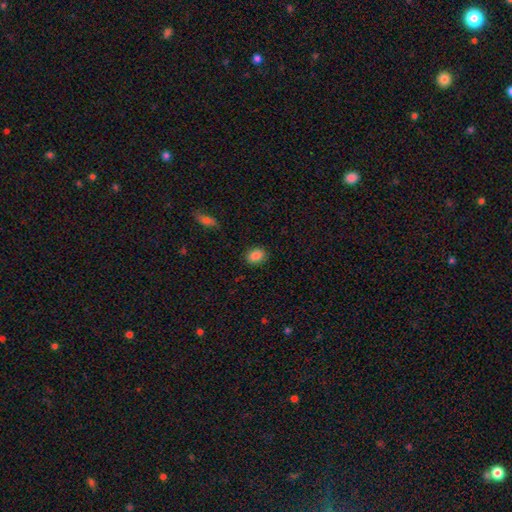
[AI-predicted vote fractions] This is clearly a smooth galaxy (86%). How rounded: likely in between (70%). Merging: clearly none (88%).